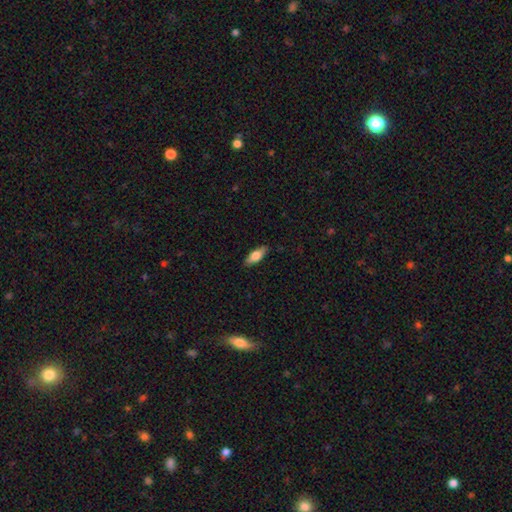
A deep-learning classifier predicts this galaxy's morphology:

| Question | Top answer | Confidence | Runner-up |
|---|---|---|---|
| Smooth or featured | smooth | 72% | featured or disk (22%) |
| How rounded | in between | 72% | cigar-shaped (25%) |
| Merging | none | 87% | minor disturbance (10%) |